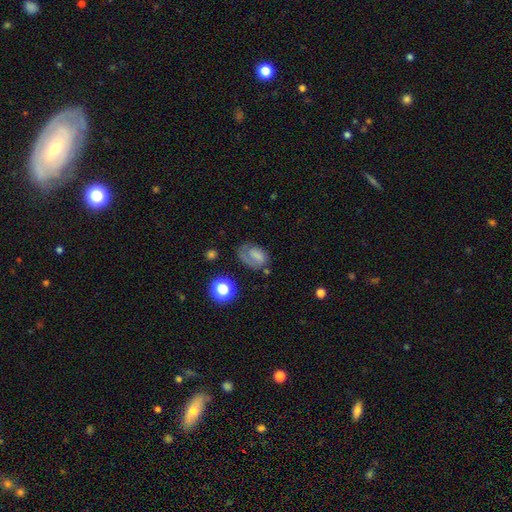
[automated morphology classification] Smooth or featured? Predicted: smooth (p=0.55). How rounded? Predicted: in between (p=0.75). Merging? Predicted: none (p=0.49).